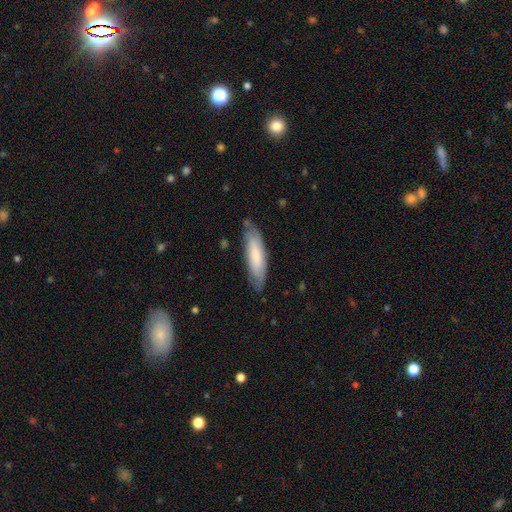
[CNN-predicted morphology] smooth 74%, featured or disk 21%, star or artifact 6%. Down the decision tree: how rounded — cigar-shaped (63%); merging — none (79%).